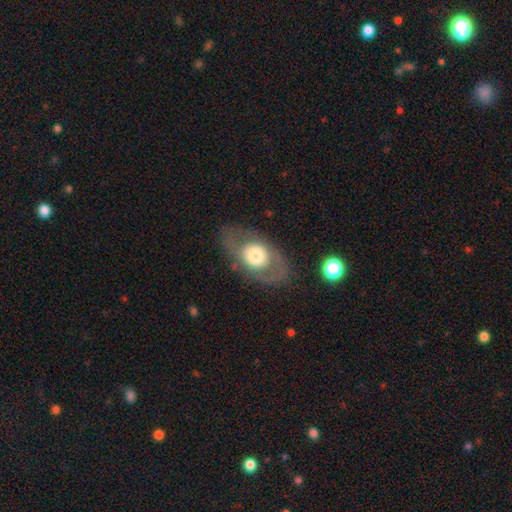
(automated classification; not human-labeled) Smooth or featured?
  - featured or disk: 48% *
  - smooth: 45%
  - star or artifact: 7%
Merging?
  - none: 76% *
  - minor disturbance: 13%
  - major disturbance: 10%
  - merger: 1%